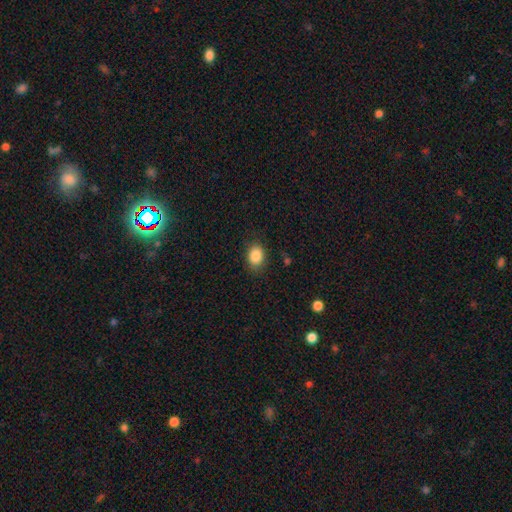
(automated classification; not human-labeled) A smooth galaxy with no disk features (87%) that is in between round and cigar-shaped (69%). Merging: none (84%).